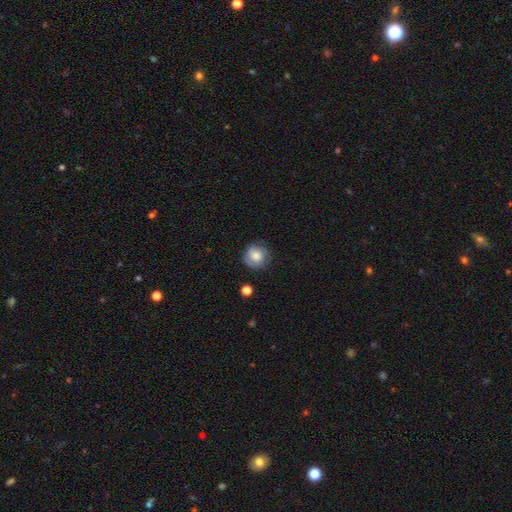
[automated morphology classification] Smooth or featured? Predicted: smooth (p=0.66). How rounded? Predicted: round (p=0.88). Merging? Predicted: none (p=0.73).